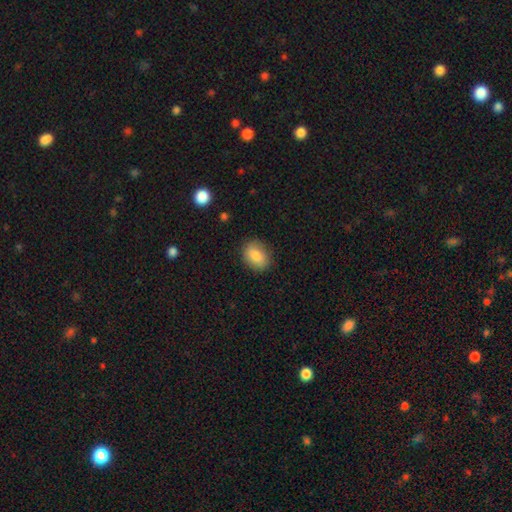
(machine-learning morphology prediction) Overall: smooth (86%). How rounded: in between (66%; round 33%). Merging: none (84%).